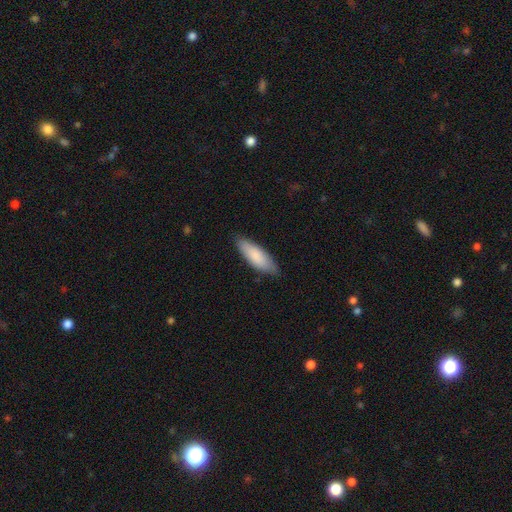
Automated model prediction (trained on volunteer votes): Smooth or featured? Predicted: smooth (p=0.85). How rounded? Predicted: in between (p=0.58). Merging? Predicted: none (p=0.83).